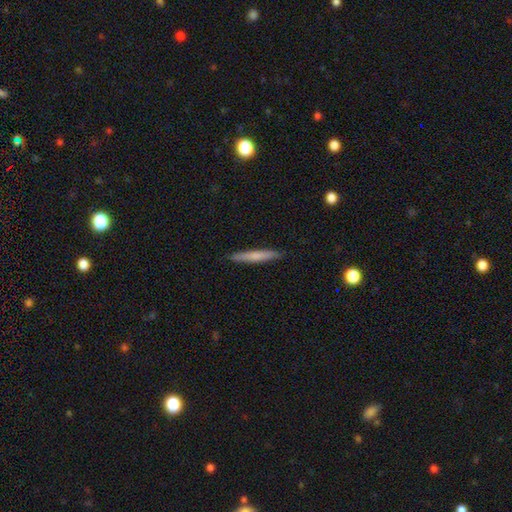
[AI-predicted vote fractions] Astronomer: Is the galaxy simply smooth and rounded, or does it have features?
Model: smooth — 65%.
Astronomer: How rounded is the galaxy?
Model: cigar-shaped — 95%.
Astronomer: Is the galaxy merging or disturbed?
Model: none — 91%.